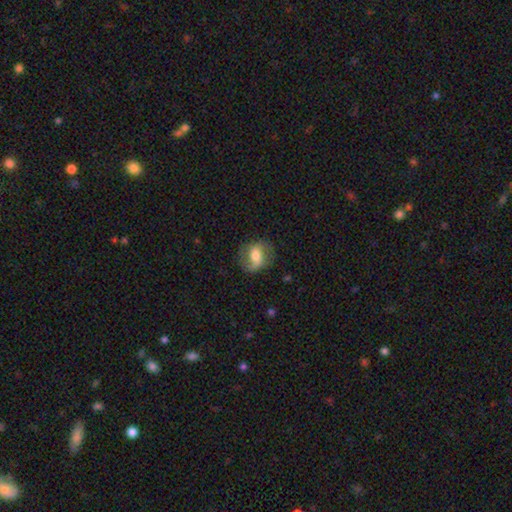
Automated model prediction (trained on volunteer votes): Smooth or featured: featured or disk — 50% (smooth — 42%)
Edge-on disk: no — 94% (yes — 6%)
Merging: none — 72% (minor disturbance — 18%)